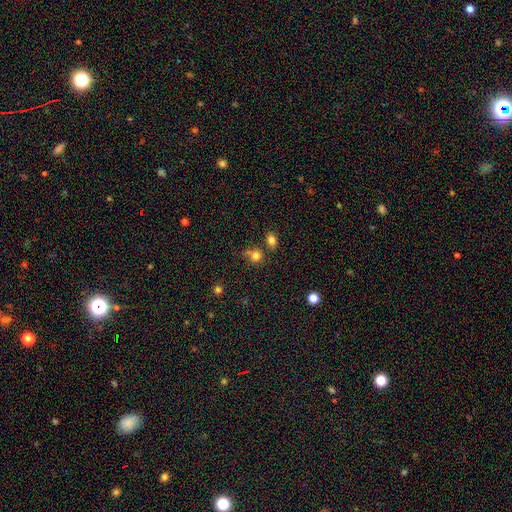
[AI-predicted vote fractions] This is likely a smooth galaxy (79%). How rounded: likely round (75%). Merging: possibly none (59%).